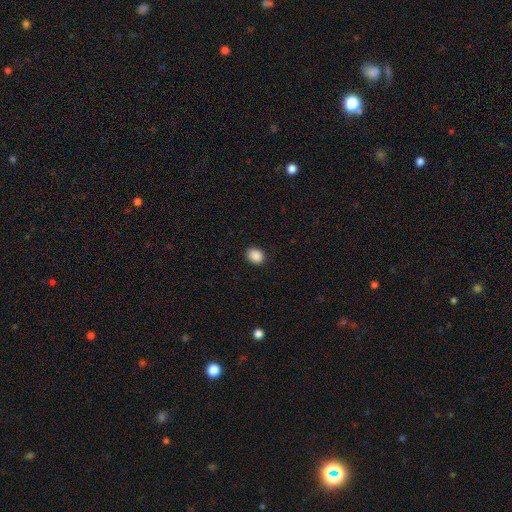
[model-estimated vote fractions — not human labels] This is clearly a smooth galaxy (89%). How rounded: possibly round (58%). Merging: clearly none (89%).